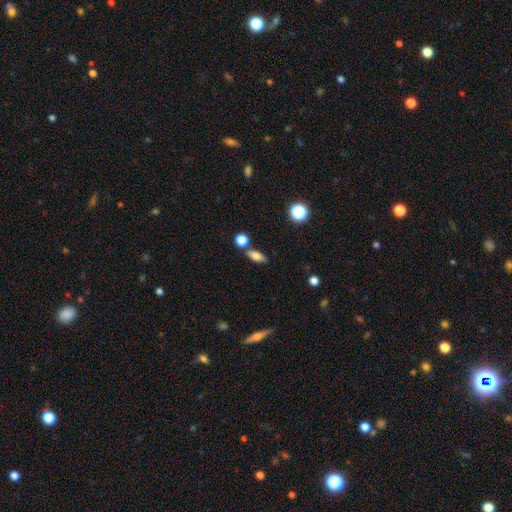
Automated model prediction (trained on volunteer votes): Smooth or featured?
  - smooth: 75% *
  - featured or disk: 15%
  - star or artifact: 10%
How rounded?
  - in between: 70% *
  - cigar-shaped: 22%
  - round: 8%
Merging?
  - none: 73% *
  - minor disturbance: 12%
  - merger: 11%
  - major disturbance: 3%